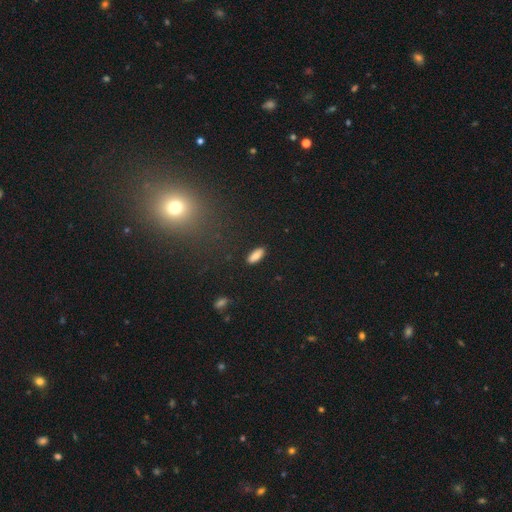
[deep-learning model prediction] smooth_or_featured: smooth (p=0.82) [alt: featured or disk p=0.10]
how_rounded: in between (p=0.76) [alt: cigar-shaped p=0.21]
merging: none (p=0.88) [alt: minor disturbance p=0.08]